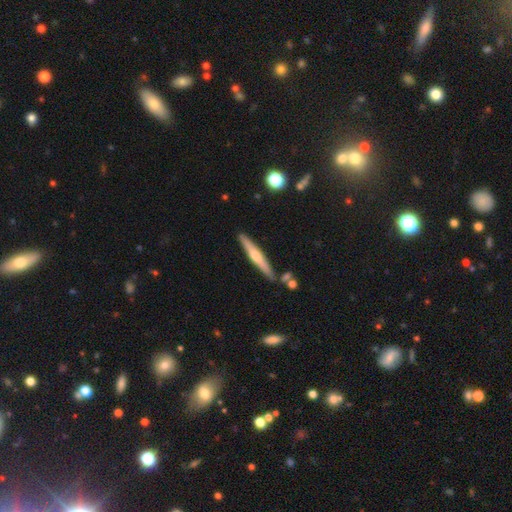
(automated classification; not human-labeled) The model was most divided on "smooth or featured": featured or disk: 59%, smooth: 35%, star or artifact: 5%. More confident: edge-on disk — yes (96%); merging — none (84%); edge-on bulge — rounded (82%).